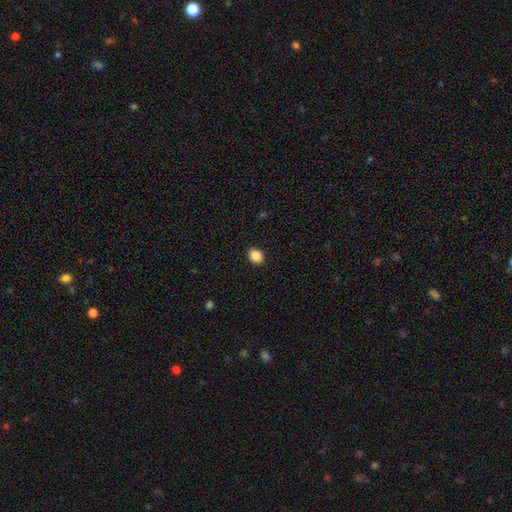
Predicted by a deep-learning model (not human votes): smooth_or_featured: smooth (p=0.88) [alt: star or artifact p=0.09]
how_rounded: in between (p=0.62) [alt: round p=0.37]
merging: none (p=0.90) [alt: minor disturbance p=0.07]